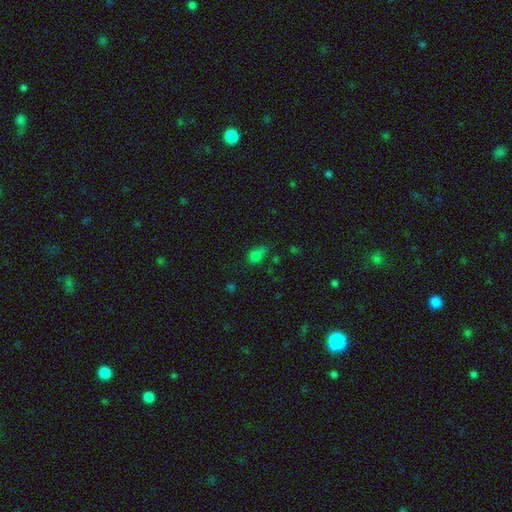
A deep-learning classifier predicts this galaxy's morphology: Smooth or featured?
  - smooth: 72% *
  - star or artifact: 20%
  - featured or disk: 8%
How rounded?
  - in between: 55% *
  - round: 42%
  - cigar-shaped: 3%
Merging?
  - none: 44% *
  - minor disturbance: 27%
  - merger: 15%
  - major disturbance: 14%